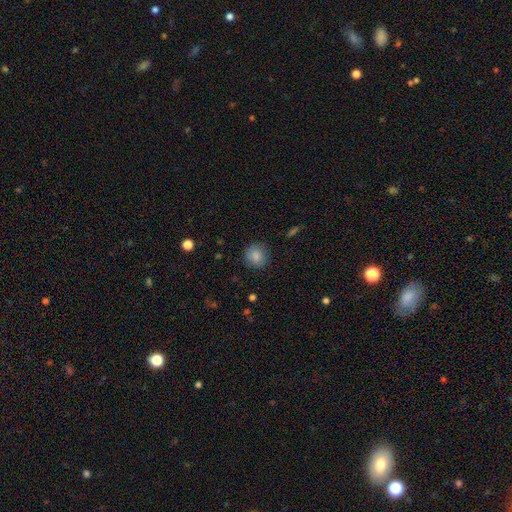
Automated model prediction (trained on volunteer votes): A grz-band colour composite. It shows a smooth galaxy with no disk features (86%) that is round (90%). Merging: none (86%).